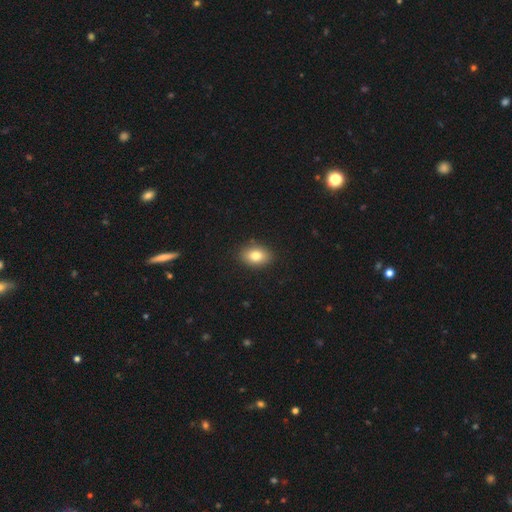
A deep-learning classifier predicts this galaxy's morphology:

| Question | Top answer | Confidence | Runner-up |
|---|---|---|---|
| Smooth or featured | smooth | 82% | featured or disk (10%) |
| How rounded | in between | 82% | round (17%) |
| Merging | none | 88% | minor disturbance (9%) |